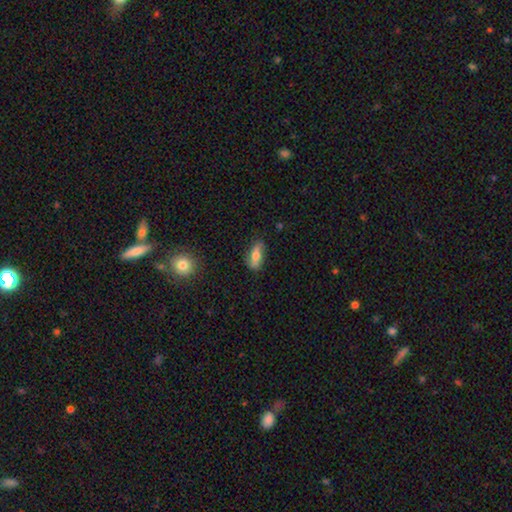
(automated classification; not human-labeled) smooth_or_featured: smooth (p=0.58) [alt: featured or disk p=0.34]
how_rounded: in between (p=0.67) [alt: cigar-shaped p=0.29]
merging: none (p=0.75) [alt: minor disturbance p=0.18]